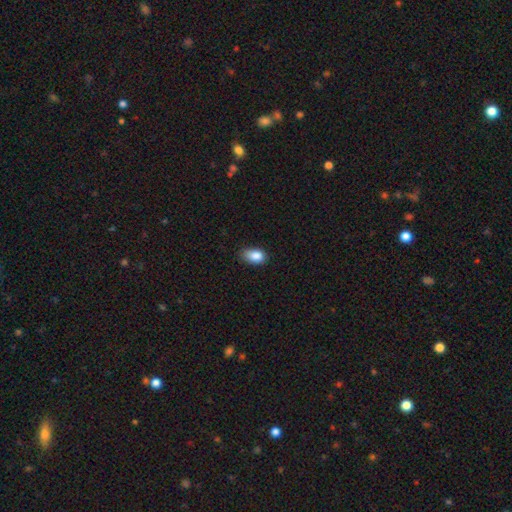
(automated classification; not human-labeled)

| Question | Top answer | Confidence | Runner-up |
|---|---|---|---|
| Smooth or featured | smooth | 87% | star or artifact (9%) |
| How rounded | in between | 86% | round (13%) |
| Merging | none | 67% | minor disturbance (27%) |